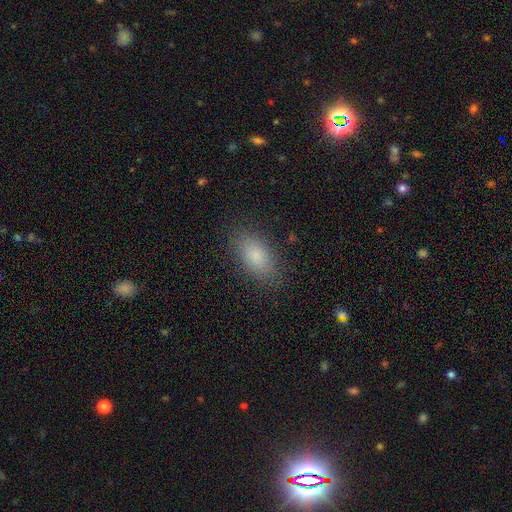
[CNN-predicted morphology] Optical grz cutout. It shows a smooth galaxy with no disk features (82%) that is in between round and cigar-shaped (90%). Merging: none (85%).